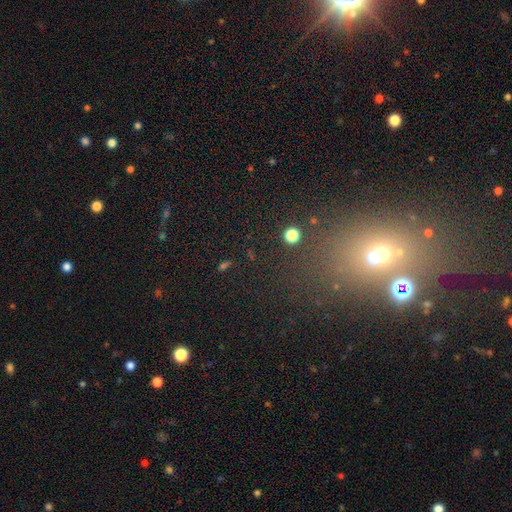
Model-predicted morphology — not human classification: star or artifact 55%, smooth 32%, featured or disk 13%.